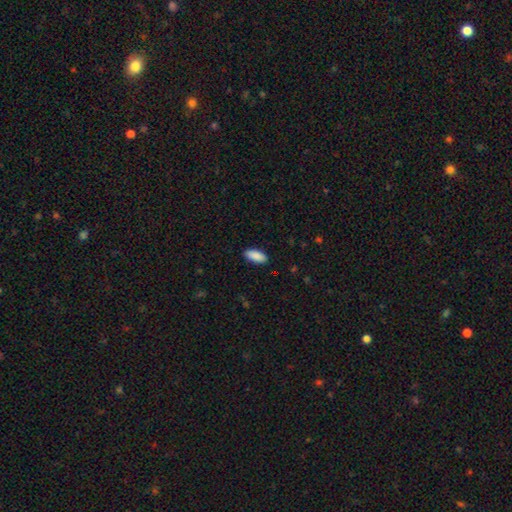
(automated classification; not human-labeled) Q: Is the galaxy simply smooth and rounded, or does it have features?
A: smooth — 90%.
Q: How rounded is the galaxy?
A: in between — 87%.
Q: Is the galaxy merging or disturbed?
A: none — 89%.